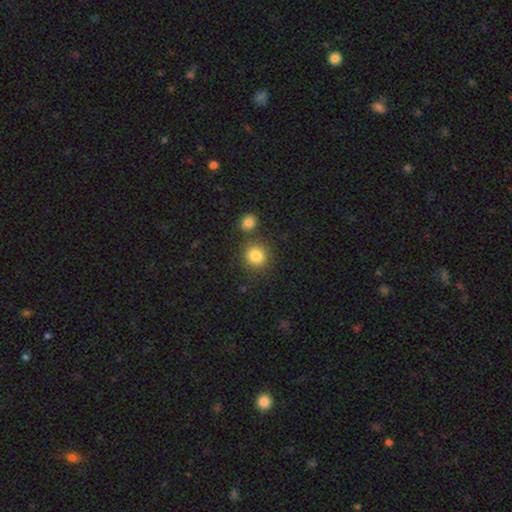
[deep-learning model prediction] Smooth or featured?
  - smooth: 84% *
  - star or artifact: 10%
  - featured or disk: 5%
How rounded?
  - round: 90% *
  - in between: 9%
  - cigar-shaped: 1%
Merging?
  - none: 79% *
  - merger: 10%
  - minor disturbance: 8%
  - major disturbance: 3%